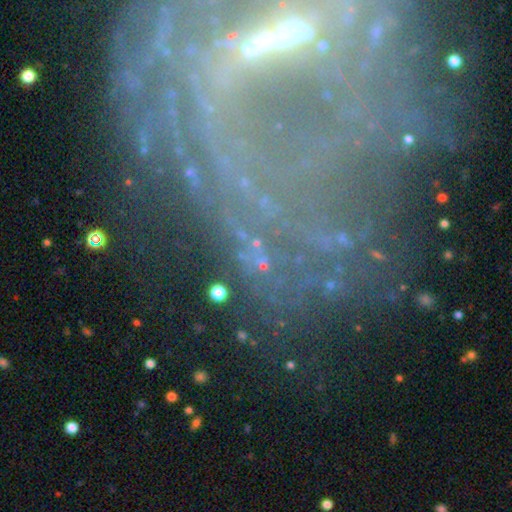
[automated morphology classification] smooth_or_featured: star or artifact (p=0.44) [alt: featured or disk p=0.32]